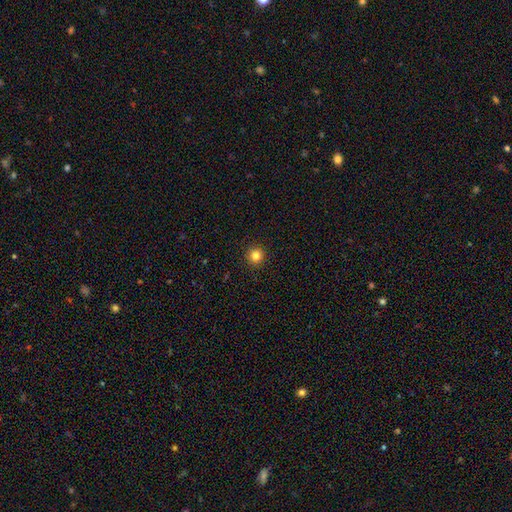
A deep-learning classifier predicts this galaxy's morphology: This appears to be a smooth galaxy with no disk features (82%) that is round (95%). Merging: none (93%).